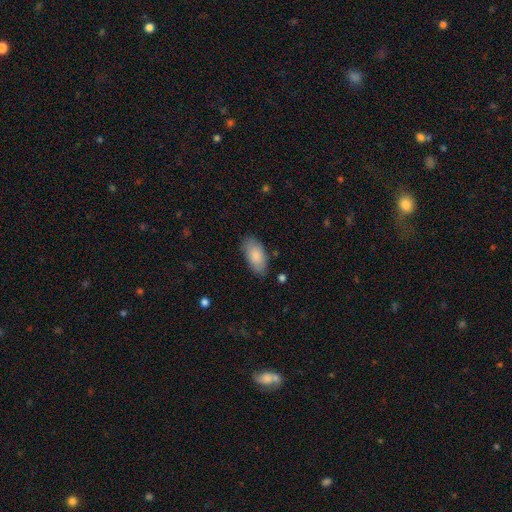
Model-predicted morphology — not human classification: Smooth or featured? Predicted: smooth (p=0.85). How rounded? Predicted: in between (p=0.93). Merging? Predicted: none (p=0.79).